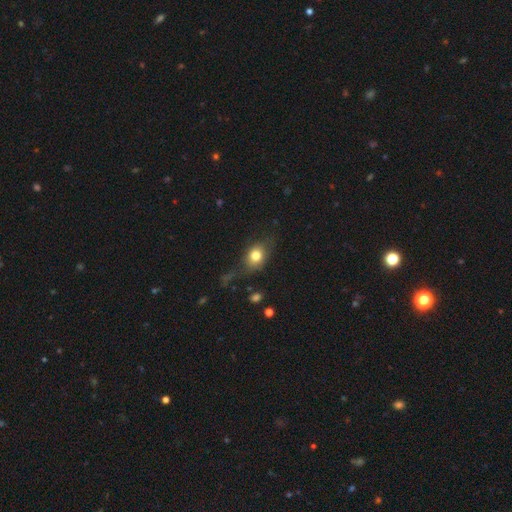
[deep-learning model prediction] Smooth or featured? Predicted: smooth (p=0.74). How rounded? Predicted: in between (p=0.58). Merging? Predicted: none (p=0.53).